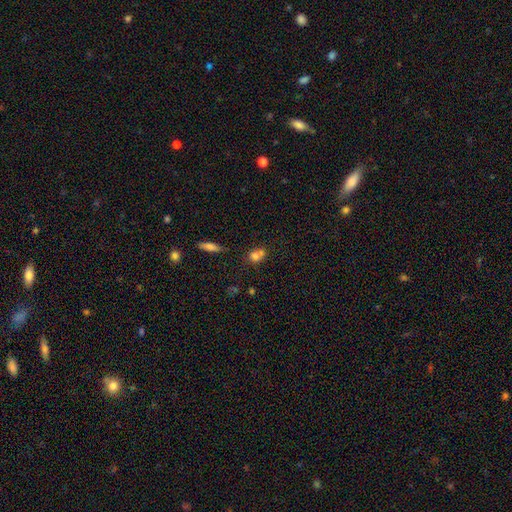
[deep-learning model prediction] The model was most divided on "merging": merger: 54%, none: 33%, minor disturbance: 9%, major disturbance: 4%. More confident: smooth or featured — smooth (72%); how rounded — round (67%).